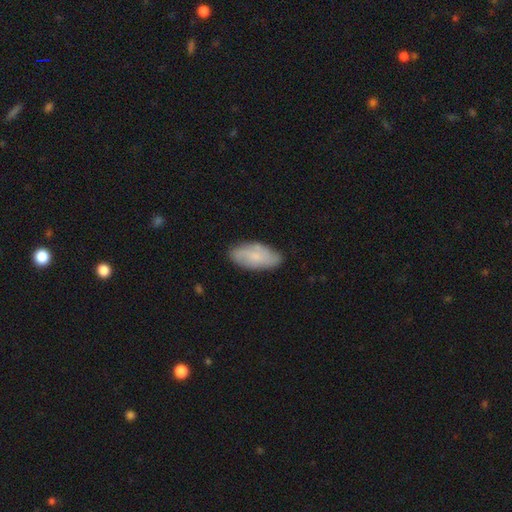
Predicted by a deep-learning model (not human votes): The model was most divided on "smooth or featured": smooth: 63%, featured or disk: 30%, star or artifact: 7%. More confident: how rounded — in between (90%); merging — none (79%).